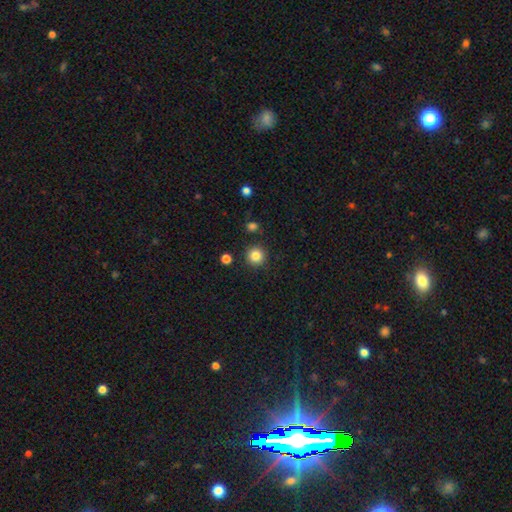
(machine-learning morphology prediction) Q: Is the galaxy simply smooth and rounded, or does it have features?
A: smooth — 84%.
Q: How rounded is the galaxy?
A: round — 95%.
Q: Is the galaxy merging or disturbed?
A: none — 90%.